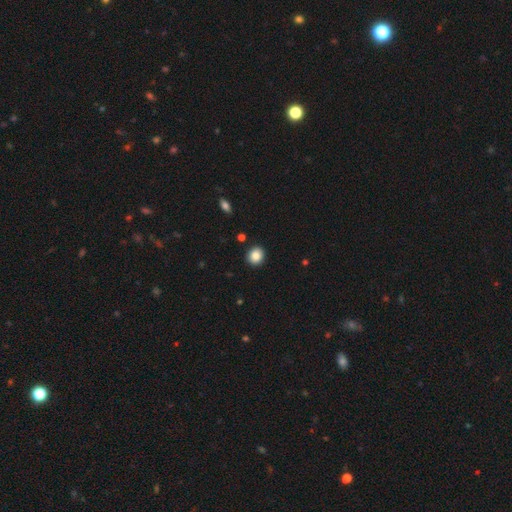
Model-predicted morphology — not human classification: The model was most divided on "how rounded": round: 81%, in between: 18%, cigar-shaped: 1%. More confident: merging — none (92%); smooth or featured — smooth (86%).